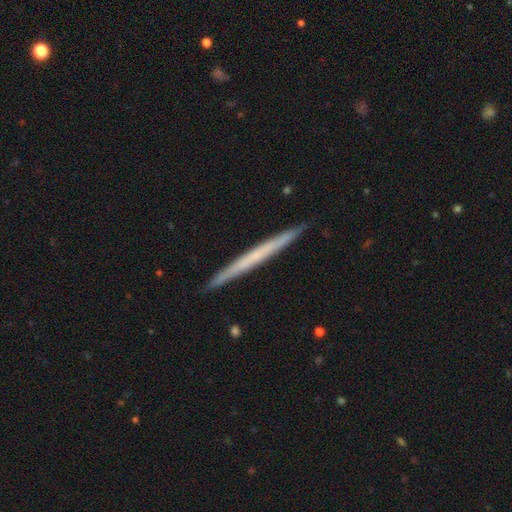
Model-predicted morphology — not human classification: Smooth or featured? Predicted: featured or disk (p=0.55). Edge-on disk? Predicted: yes (p=0.97). Edge-on bulge? Predicted: none (p=0.86). Merging? Predicted: none (p=0.91).